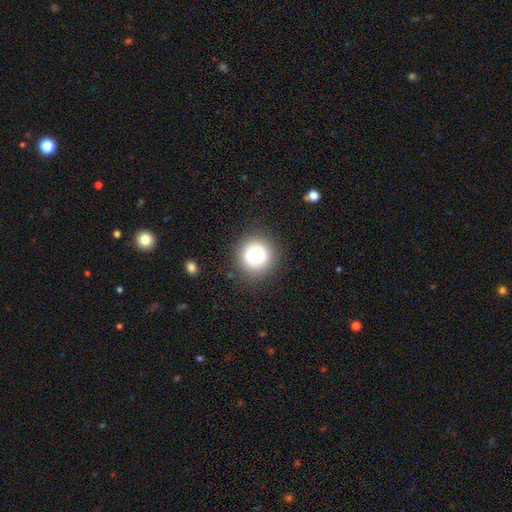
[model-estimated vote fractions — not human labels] smooth-or-featured: smooth: 56% | featured or disk: 35% | star or artifact: 10%
  how-rounded: round: 85% | in between: 14% | cigar-shaped: 1%
  merging: none: 81% | minor disturbance: 12% | major disturbance: 5% | merger: 2%